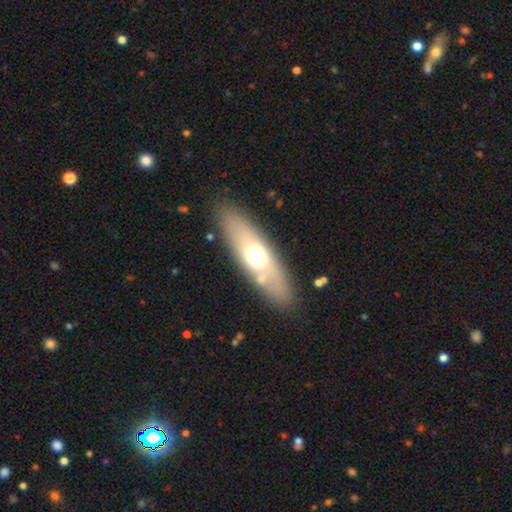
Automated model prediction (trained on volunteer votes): Smooth or featured? smooth (55%)
How rounded? in between (53%)
Merging? none (83%)